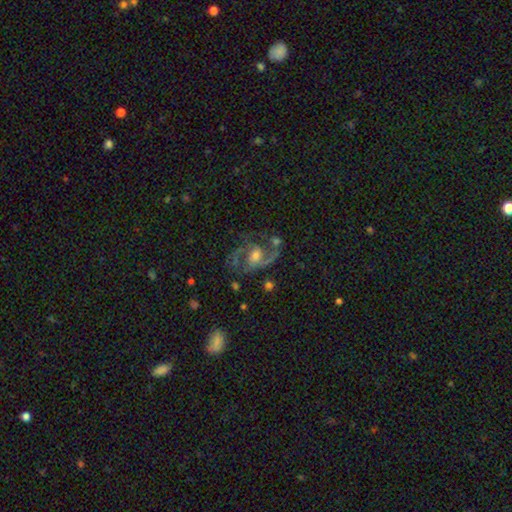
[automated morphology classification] Q: Smooth or featured?
A: featured or disk (83%); runner-up: smooth (9%)
Q: Edge-on disk?
A: no (98%); runner-up: yes (2%)
Q: Bar?
A: no (46%); runner-up: weak (43%)
Q: Spiral arms?
A: yes (93%); runner-up: no (7%)
Q: Spiral winding?
A: medium (56%); runner-up: loose (27%)
Q: Spiral arm count?
A: 2 (72%); runner-up: 3 (9%)
Q: Bulge size?
A: moderate (54%); runner-up: small (31%)
Q: Merging?
A: none (54%); runner-up: major disturbance (21%)